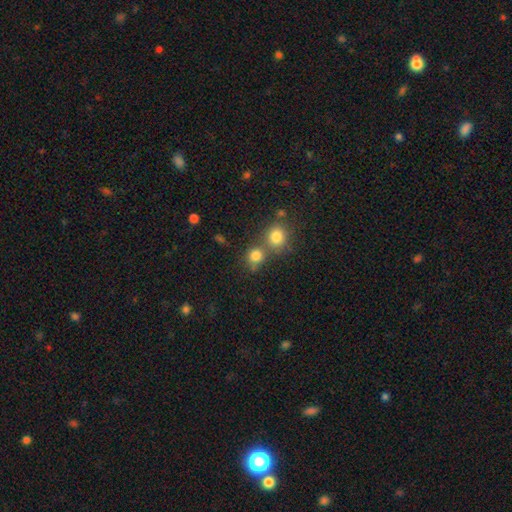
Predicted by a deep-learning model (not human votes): The model was most divided on "merging": none: 51%, merger: 37%, minor disturbance: 9%, major disturbance: 4%. More confident: how rounded — round (81%); smooth or featured — smooth (80%).